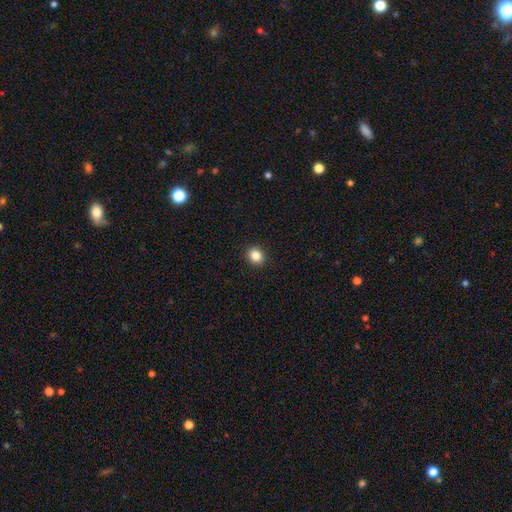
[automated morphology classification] smooth_or_featured: smooth (p=0.85) [alt: star or artifact p=0.11]
how_rounded: round (p=0.79) [alt: in between p=0.20]
merging: none (p=0.92) [alt: minor disturbance p=0.05]